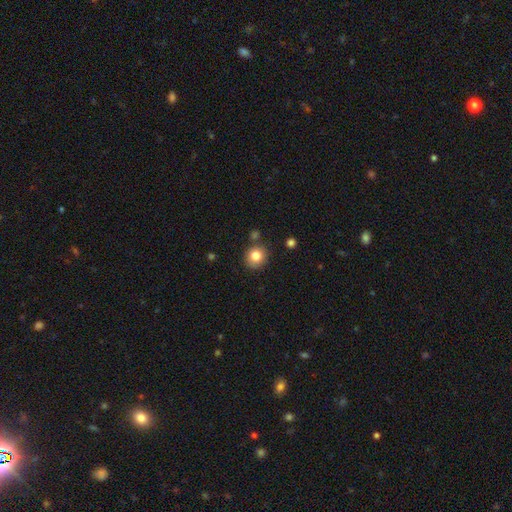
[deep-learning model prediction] Overall: smooth (82%). How rounded: round (86%). Merging: none (81%).